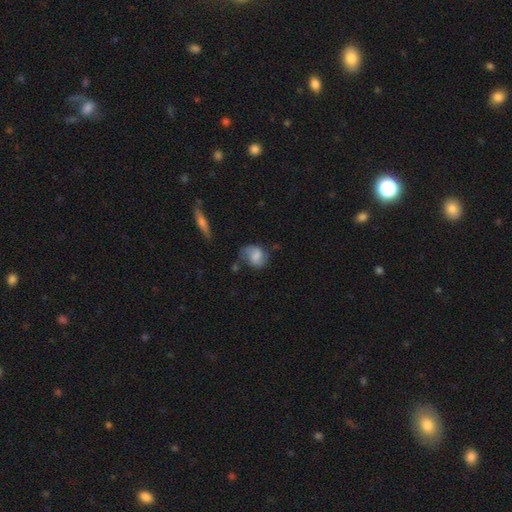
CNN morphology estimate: Overall: smooth (52%; featured or disk 40%). How rounded: in between (50%; round 48%). Merging: none (53%; minor disturbance 28%).